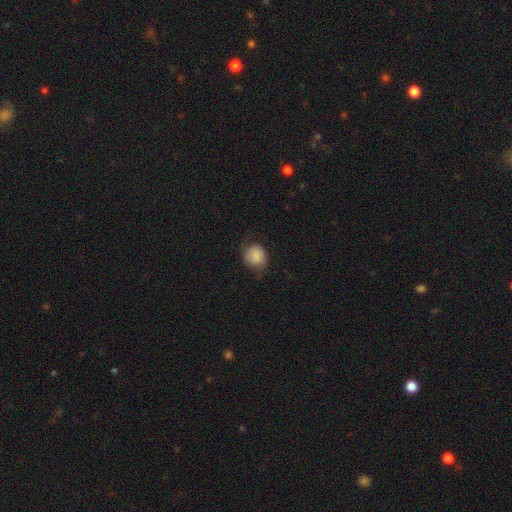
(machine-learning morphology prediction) smooth-or-featured: smooth: 78% | featured or disk: 14% | star or artifact: 8%
  how-rounded: round: 71% | in between: 28% | cigar-shaped: 1%
  merging: none: 64% | minor disturbance: 25% | major disturbance: 10% | merger: 1%